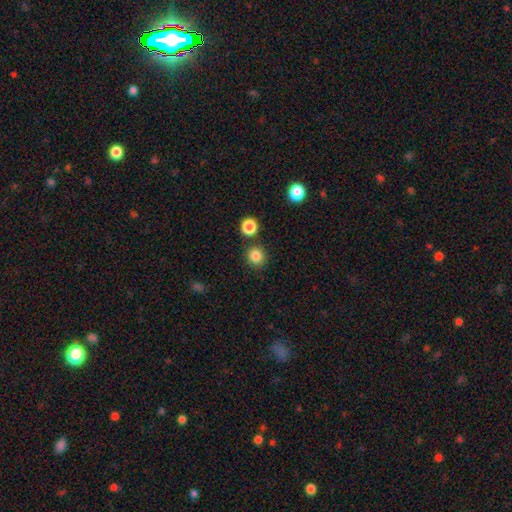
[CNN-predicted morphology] smooth-or-featured: smooth: 84% | star or artifact: 12% | featured or disk: 4%
  how-rounded: round: 92% | in between: 7% | cigar-shaped: 1%
  merging: none: 86% | minor disturbance: 7% | merger: 5% | major disturbance: 2%